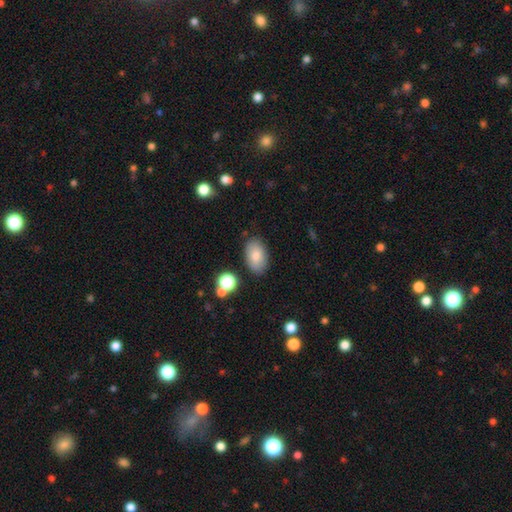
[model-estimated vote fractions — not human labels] Smooth or featured?
  - smooth: 82% *
  - featured or disk: 11%
  - star or artifact: 8%
How rounded?
  - in between: 93% *
  - round: 6%
  - cigar-shaped: 1%
Merging?
  - none: 82% *
  - minor disturbance: 12%
  - major disturbance: 3%
  - merger: 3%